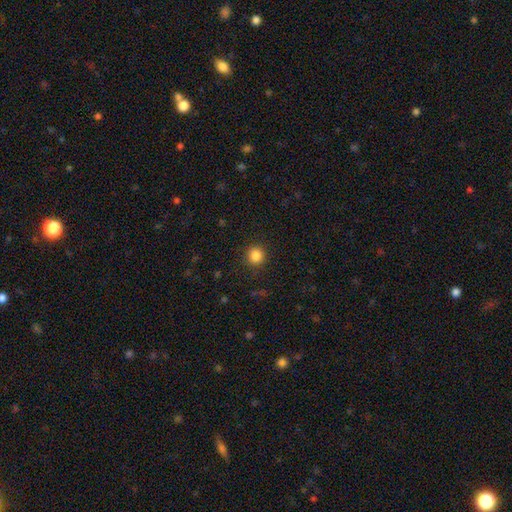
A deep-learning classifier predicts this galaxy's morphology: Smooth or featured? smooth (85%)
How rounded? round (93%)
Merging? none (91%)